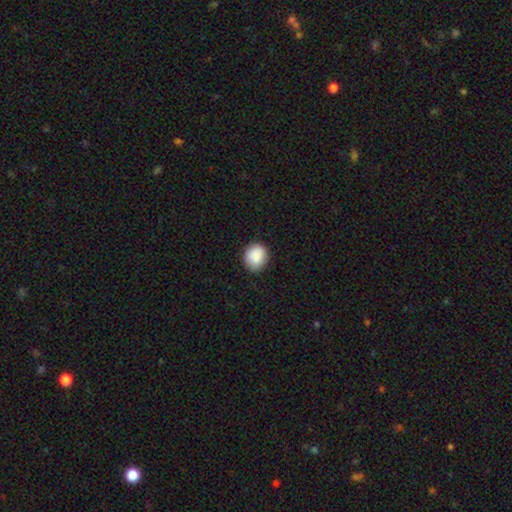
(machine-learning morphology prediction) smooth 89%, star or artifact 7%, featured or disk 4%. Down the decision tree: how rounded — round (68%); merging — none (82%).